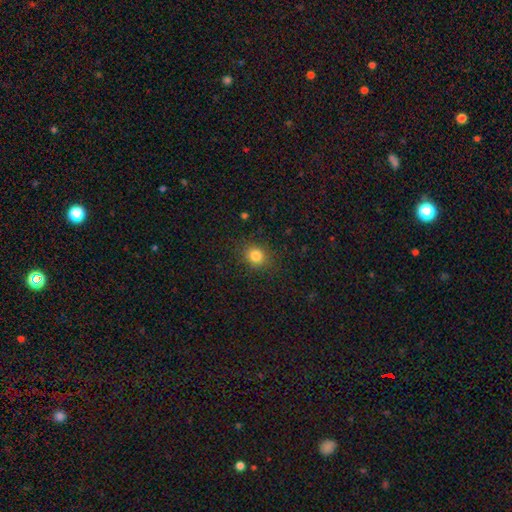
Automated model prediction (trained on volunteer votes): A smooth galaxy with no disk features (83%) that is round (74%). Merging: none (87%).